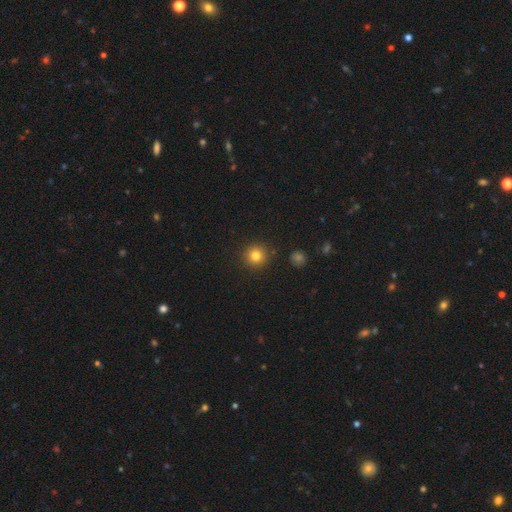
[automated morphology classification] Q: Smooth or featured?
A: smooth (81%); runner-up: star or artifact (13%)
Q: How rounded?
A: round (95%); runner-up: in between (4%)
Q: Merging?
A: none (90%); runner-up: minor disturbance (6%)